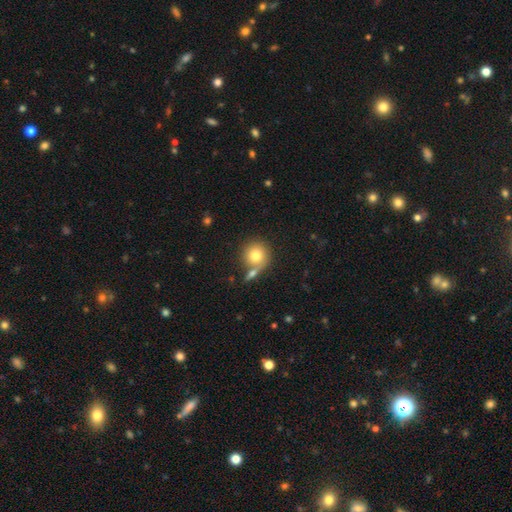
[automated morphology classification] type=smooth (77%); roundness=round (90%); merging=none (60%).